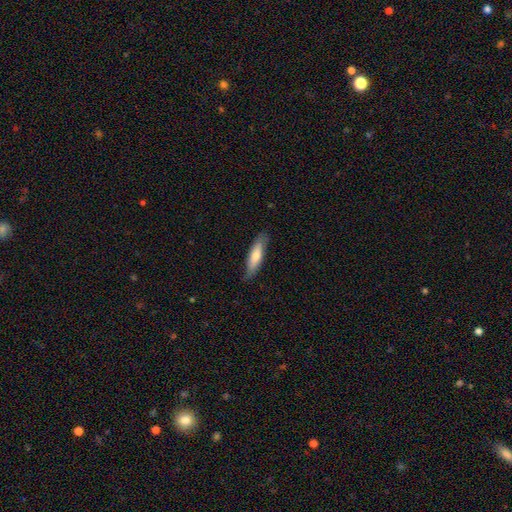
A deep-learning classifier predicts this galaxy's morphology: The model was most divided on "smooth or featured": smooth: 67%, featured or disk: 27%, star or artifact: 6%. More confident: merging — none (82%); how rounded — cigar-shaped (70%).